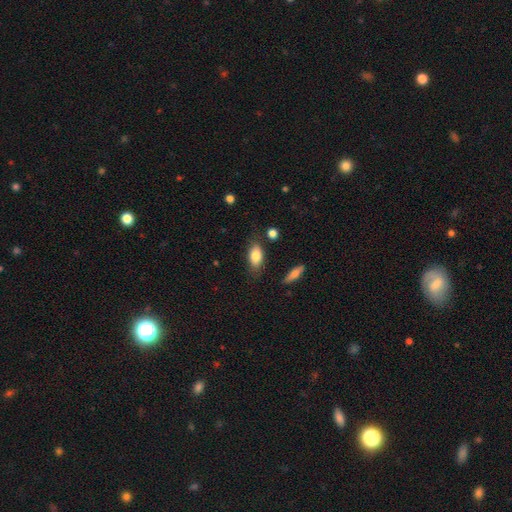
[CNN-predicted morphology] Q: Smooth or featured?
A: smooth (81%); runner-up: featured or disk (12%)
Q: How rounded?
A: in between (88%); runner-up: cigar-shaped (7%)
Q: Merging?
A: none (74%); runner-up: minor disturbance (18%)